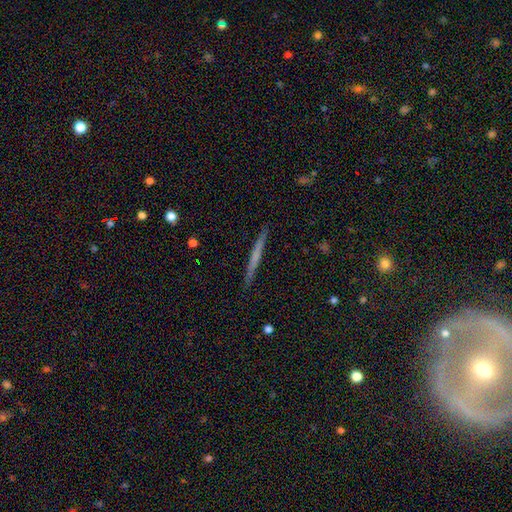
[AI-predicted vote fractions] Smooth or featured: featured or disk — 48% (smooth — 46%)
Merging: none — 91% (minor disturbance — 6%)